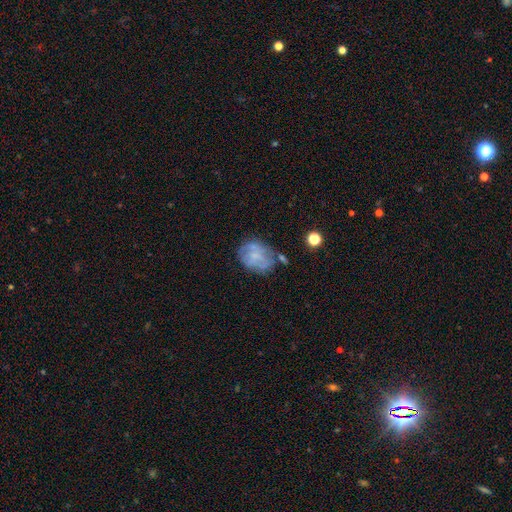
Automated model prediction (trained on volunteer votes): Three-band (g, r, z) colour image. It shows a featured or disk galaxy (54%) with no bar (72%), no spiral arms (52%) and no central bulge (41%). Merging: none (51%).